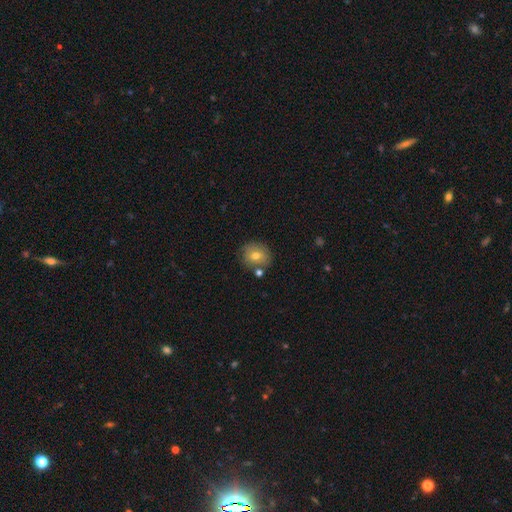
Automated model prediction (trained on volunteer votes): This is likely a smooth galaxy (71%). How rounded: clearly round (81%). Merging: likely none (73%).